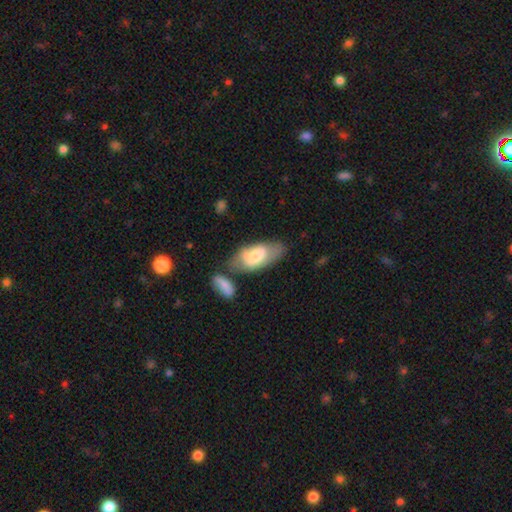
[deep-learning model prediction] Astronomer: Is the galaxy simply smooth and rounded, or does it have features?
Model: smooth — 60%.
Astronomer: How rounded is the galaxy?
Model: in between — 88%.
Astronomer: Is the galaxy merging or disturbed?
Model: none — 46% (runner-up: minor disturbance, 24%).